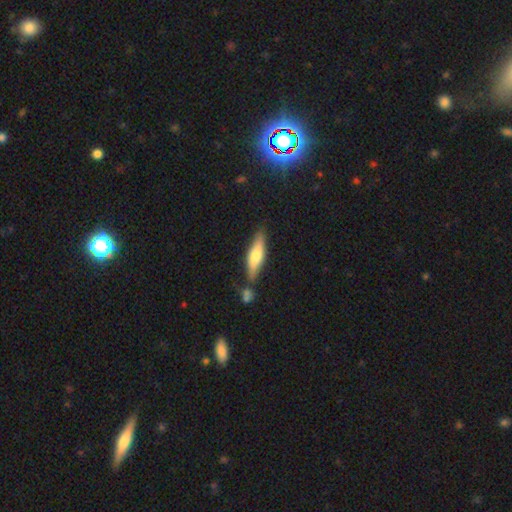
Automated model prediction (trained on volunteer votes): Overall: smooth (59%; featured or disk 35%). How rounded: cigar-shaped (65%; in between 33%). Merging: none (72%).